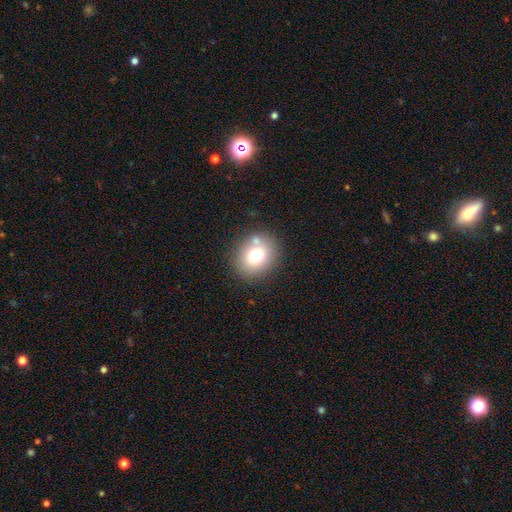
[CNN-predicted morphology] Q: Smooth or featured?
A: smooth (74%); runner-up: featured or disk (14%)
Q: How rounded?
A: round (68%); runner-up: in between (31%)
Q: Merging?
A: none (76%); runner-up: minor disturbance (12%)